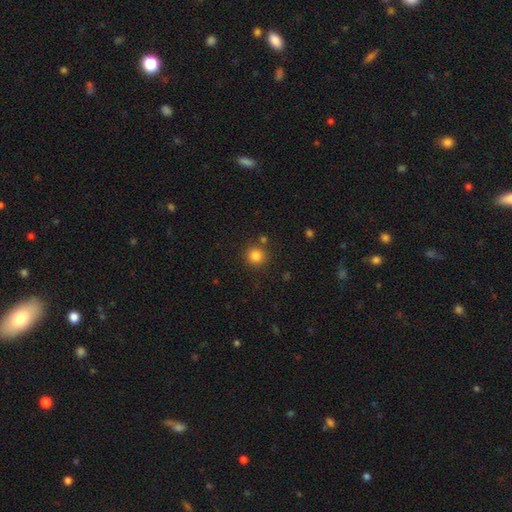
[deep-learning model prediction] Morphology: type=smooth (83%); roundness=round (94%); merging=none (85%).